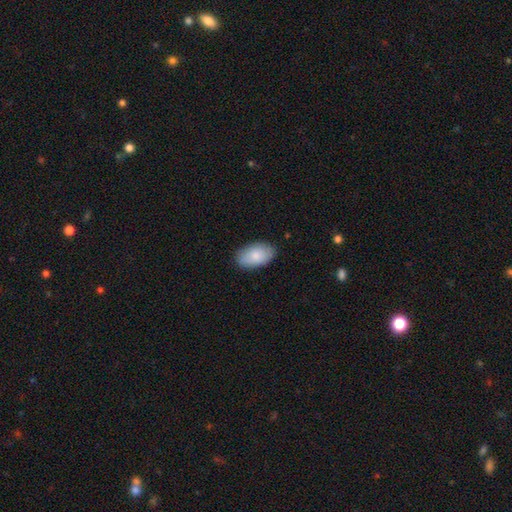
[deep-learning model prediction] smooth_or_featured: smooth (p=0.84) [alt: featured or disk p=0.10]
how_rounded: in between (p=0.94) [alt: round p=0.04]
merging: none (p=0.85) [alt: minor disturbance p=0.12]